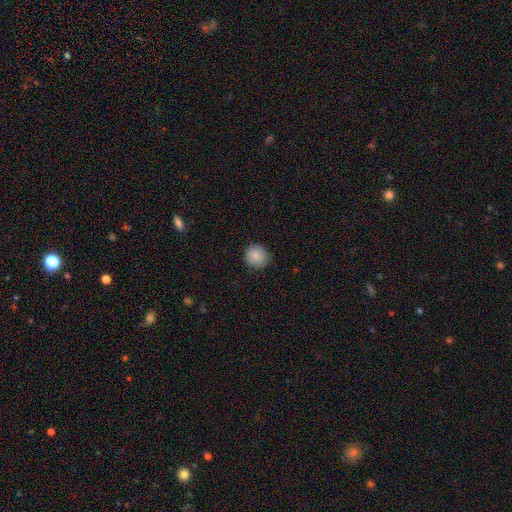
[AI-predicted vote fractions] Overall: smooth (85%). How rounded: round (82%). Merging: none (83%).